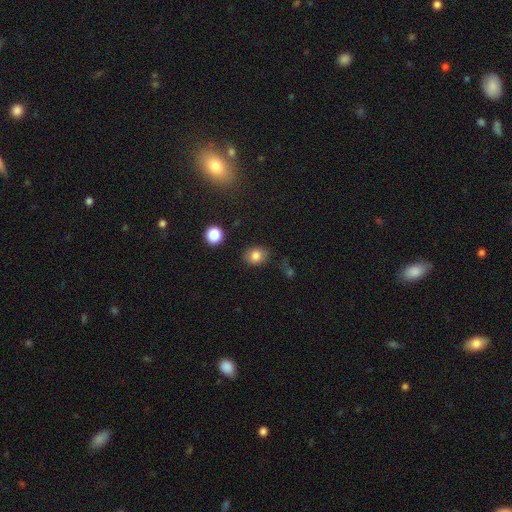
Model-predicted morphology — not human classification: Smooth or featured? Predicted: smooth (p=0.82). How rounded? Predicted: round (p=0.51). Merging? Predicted: none (p=0.80).